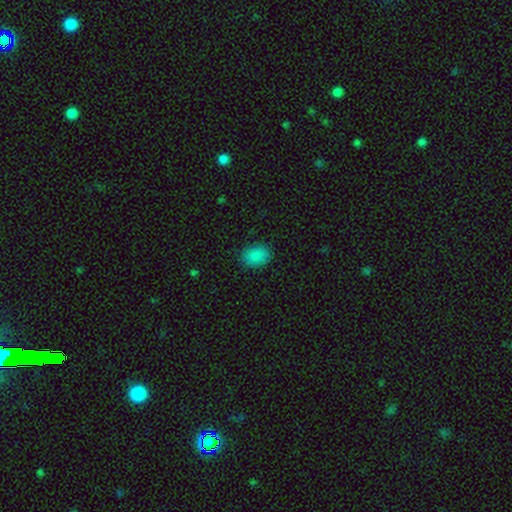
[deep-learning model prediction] This is clearly a smooth galaxy (87%). How rounded: likely in between (67%). Merging: clearly none (86%).